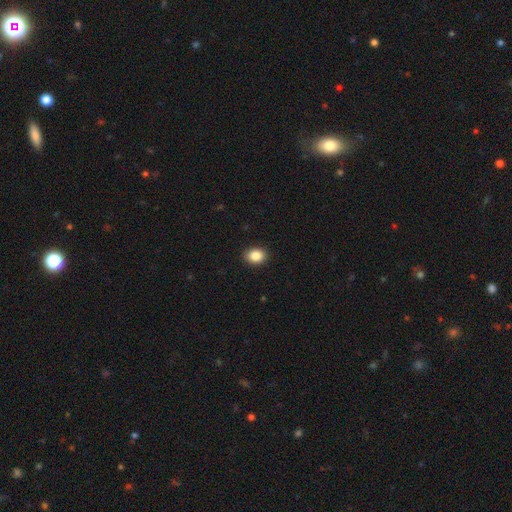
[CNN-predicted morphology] The model was most divided on "how rounded": in between: 59%, round: 40%, cigar-shaped: 1%. More confident: merging — none (91%); smooth or featured — smooth (87%).